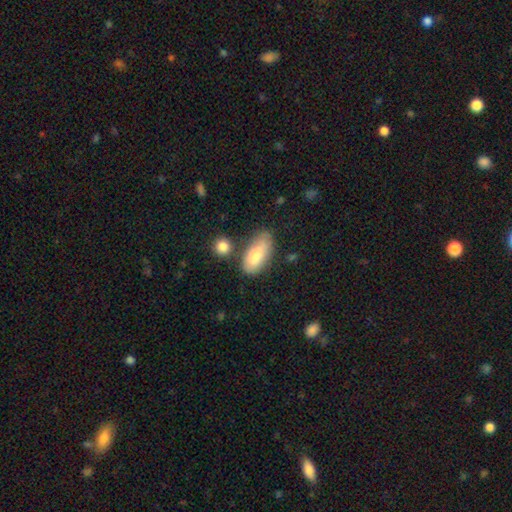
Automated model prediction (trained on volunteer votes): smooth_or_featured: smooth (p=0.78) [alt: featured or disk p=0.16]
how_rounded: in between (p=0.89) [alt: cigar-shaped p=0.08]
merging: none (p=0.58) [alt: minor disturbance p=0.24]